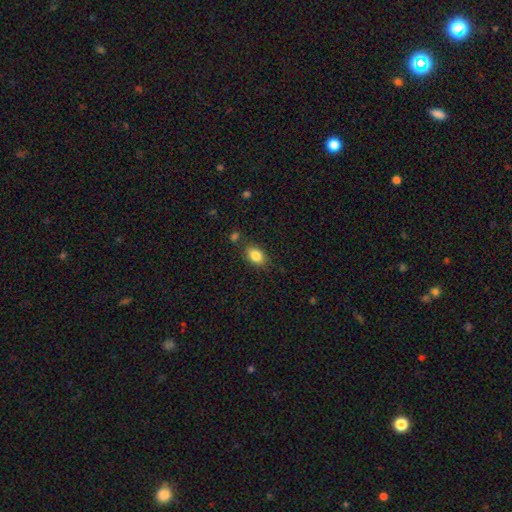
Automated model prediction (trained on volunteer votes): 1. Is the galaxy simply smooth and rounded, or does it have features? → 84% smooth, 9% star or artifact, 7% featured or disk.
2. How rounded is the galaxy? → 80% in between, 18% round, 2% cigar-shaped.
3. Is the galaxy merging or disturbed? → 80% none, 13% minor disturbance, 4% merger, 3% major disturbance.